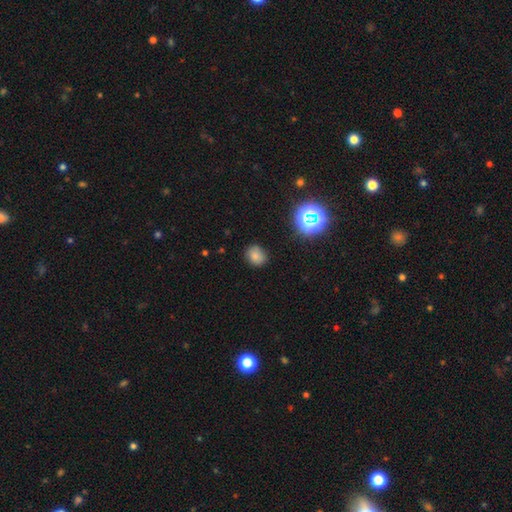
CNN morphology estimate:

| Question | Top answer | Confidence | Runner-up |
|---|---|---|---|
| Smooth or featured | smooth | 77% | star or artifact (17%) |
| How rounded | round | 64% | in between (35%) |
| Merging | none | 80% | minor disturbance (15%) |